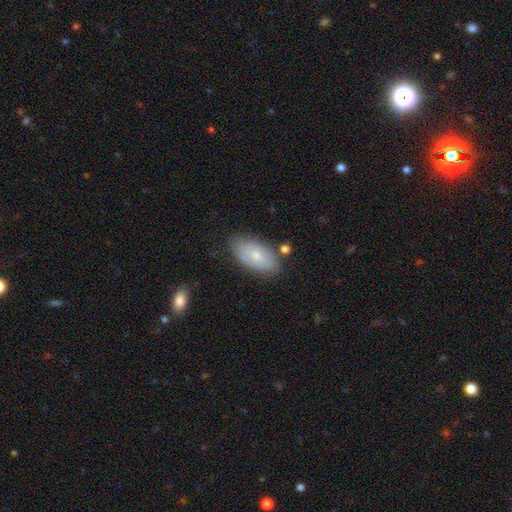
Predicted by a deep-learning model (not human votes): A smooth galaxy with no disk features (71%) that is in between round and cigar-shaped (94%).

Vote fractions:
- Smooth or featured? smooth: 71% / featured or disk: 23% / star or artifact: 6%
- How rounded? in between: 94% / cigar-shaped: 3% / round: 3%
- Merging? none: 75% / minor disturbance: 17% / merger: 4% / major disturbance: 4%